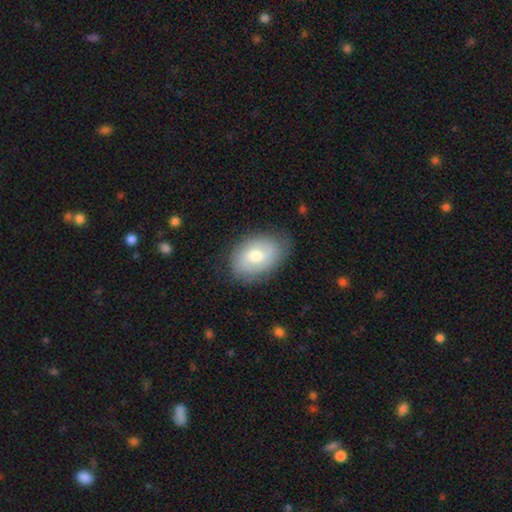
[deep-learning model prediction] Smooth or featured? Predicted: smooth (p=0.52). How rounded? Predicted: in between (p=0.82). Merging? Predicted: none (p=0.77).